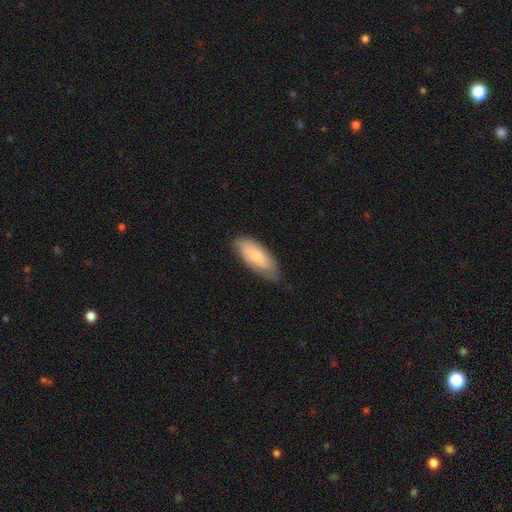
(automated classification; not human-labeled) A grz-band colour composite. It shows a smooth galaxy with no disk features (69%) that is in between round and cigar-shaped (83%). Merging: none (68%).